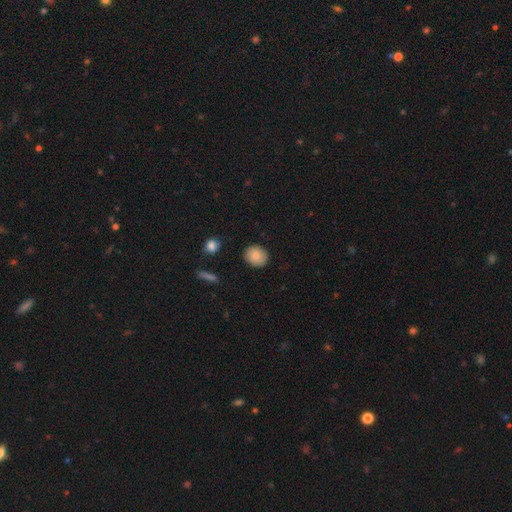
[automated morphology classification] A smooth galaxy with no disk features (85%) that is round (71%).

Vote fractions:
- Smooth or featured? smooth: 85% / star or artifact: 8% / featured or disk: 7%
- How rounded? round: 71% / in between: 28% / cigar-shaped: 1%
- Merging? none: 88% / minor disturbance: 8% / major disturbance: 2% / merger: 1%